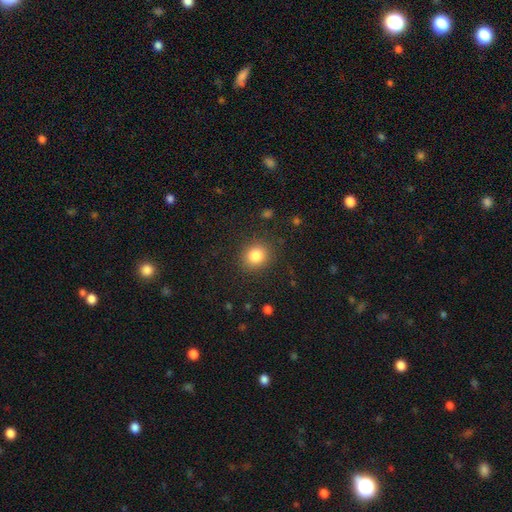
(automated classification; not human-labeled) smooth 83%, star or artifact 11%, featured or disk 6%. Down the decision tree: how rounded — round (78%); merging — none (88%).